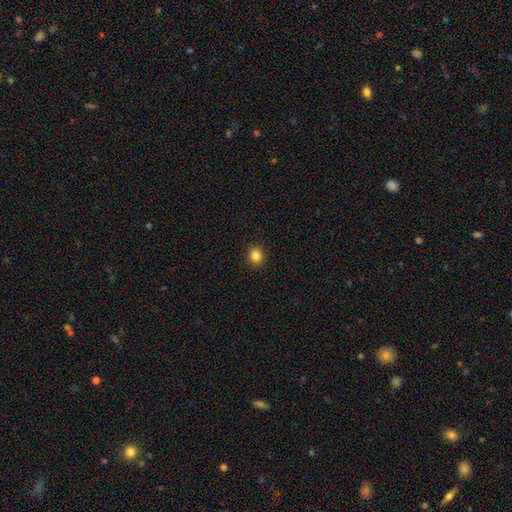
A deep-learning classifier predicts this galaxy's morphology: Smooth or featured: smooth — 84% (star or artifact — 12%)
How rounded: round — 74% (in between — 25%)
Merging: none — 92% (minor disturbance — 6%)